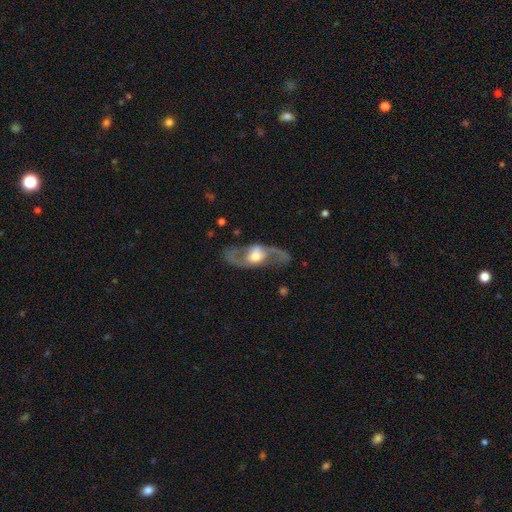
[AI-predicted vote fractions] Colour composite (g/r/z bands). It shows a featured or disk galaxy (82%) with no bar (49%), 2 (91%) loose (46%) spiral arms (81%) and a moderate central bulge (57%). Merging: none (74%).